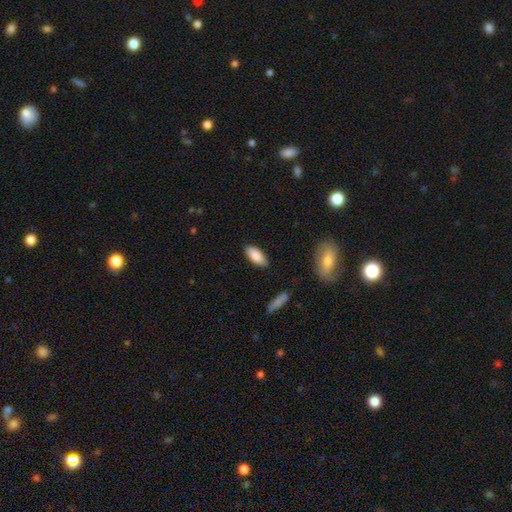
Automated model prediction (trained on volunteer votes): A smooth galaxy with no disk features (85%) that is in between round and cigar-shaped (86%).

Vote fractions:
- Smooth or featured? smooth: 85% / featured or disk: 9% / star or artifact: 6%
- How rounded? in between: 86% / cigar-shaped: 13% / round: 2%
- Merging? none: 86% / minor disturbance: 11% / major disturbance: 2% / merger: 2%